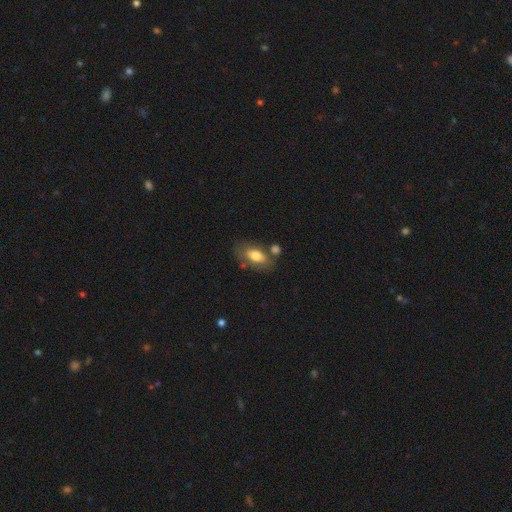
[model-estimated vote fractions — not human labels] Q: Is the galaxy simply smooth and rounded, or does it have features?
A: smooth — 73%.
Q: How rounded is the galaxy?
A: in between — 89%.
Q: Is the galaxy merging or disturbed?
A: none — 64%.